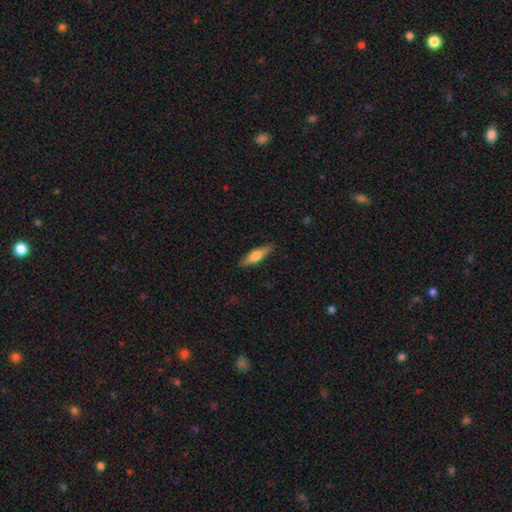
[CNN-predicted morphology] Smooth or featured? Predicted: smooth (p=0.57). How rounded? Predicted: cigar-shaped (p=0.67). Merging? Predicted: none (p=0.87).